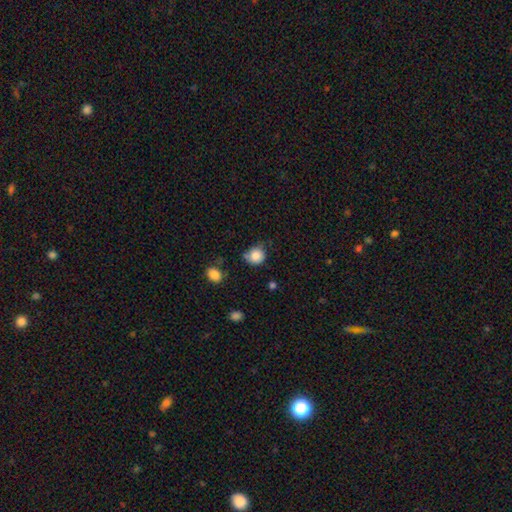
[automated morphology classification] Q: Smooth or featured?
A: smooth (84%); runner-up: star or artifact (9%)
Q: How rounded?
A: round (84%); runner-up: in between (15%)
Q: Merging?
A: none (61%); runner-up: minor disturbance (27%)